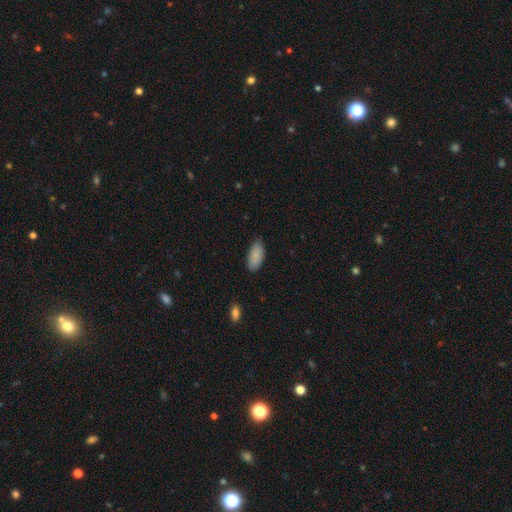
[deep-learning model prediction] This is clearly a smooth galaxy (88%). How rounded: clearly in between (91%). Merging: likely none (79%).